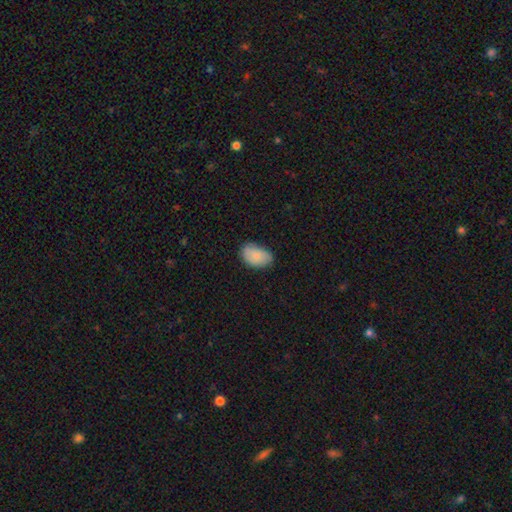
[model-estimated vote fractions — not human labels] smooth 84%, featured or disk 10%, star or artifact 7%. Down the decision tree: how rounded — in between (90%); merging — none (67%).